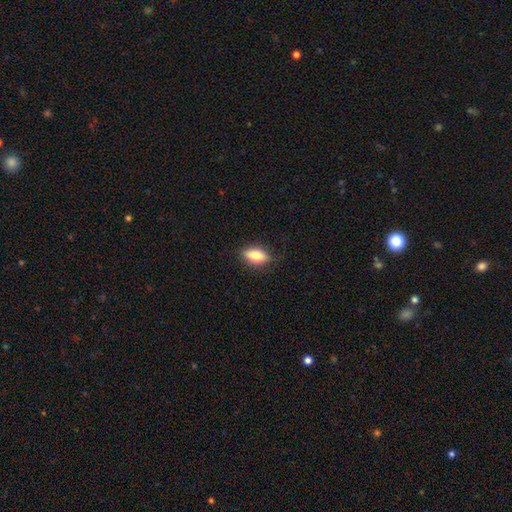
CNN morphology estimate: A smooth galaxy with no disk features (77%) that is in between round and cigar-shaped (83%).

Vote fractions:
- Smooth or featured? smooth: 77% / featured or disk: 15% / star or artifact: 7%
- How rounded? in between: 83% / cigar-shaped: 12% / round: 5%
- Merging? none: 84% / minor disturbance: 13% / major disturbance: 3% / merger: 1%